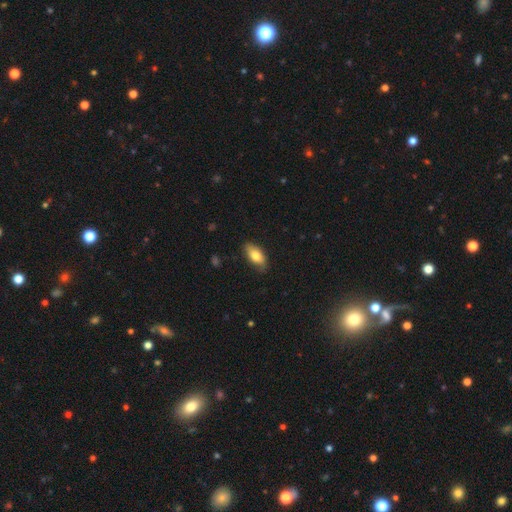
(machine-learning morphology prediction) Smooth or featured: smooth — 78% (featured or disk — 15%)
How rounded: in between — 90% (cigar-shaped — 7%)
Merging: none — 79% (minor disturbance — 17%)